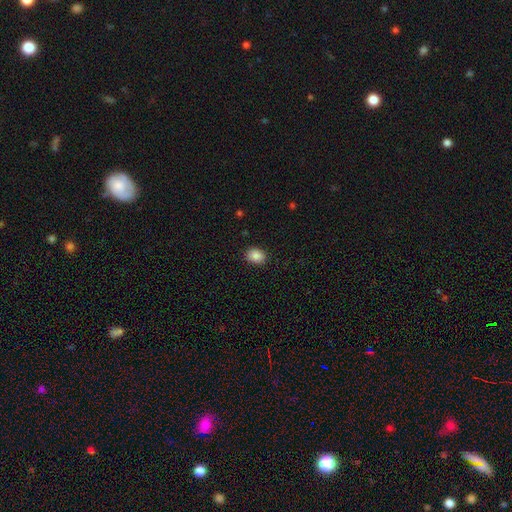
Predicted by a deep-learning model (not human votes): smooth-or-featured: smooth: 88% | star or artifact: 9% | featured or disk: 3%
  how-rounded: in between: 64% | round: 35% | cigar-shaped: 1%
  merging: none: 89% | minor disturbance: 8% | major disturbance: 2% | merger: 1%